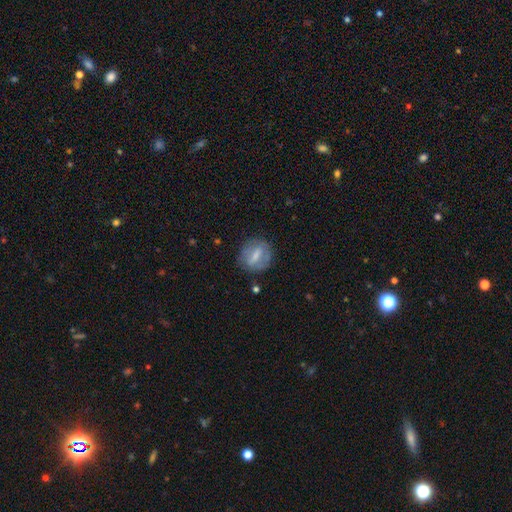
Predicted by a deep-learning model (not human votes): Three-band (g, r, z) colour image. It shows a featured or disk galaxy (47%). Merging: none (72%).